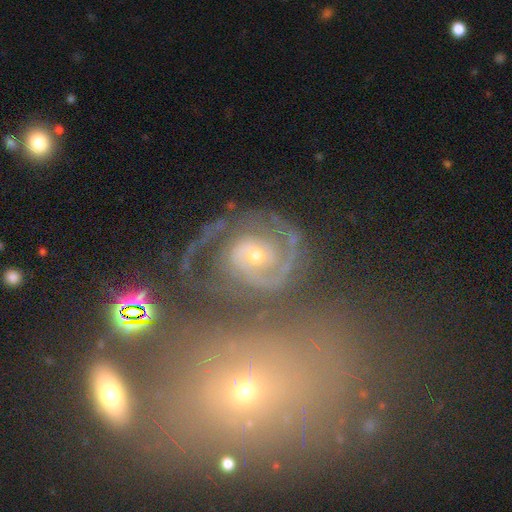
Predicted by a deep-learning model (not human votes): smooth-or-featured: featured or disk: 88% | star or artifact: 7% | smooth: 5%
  disk-edge-on: no: 98% | yes: 2%
    bar: no: 63% | weak: 26% | strong: 10%
    has-spiral-arms: yes: 97% | no: 3%
      spiral-winding: tight: 58% | medium: 34% | loose: 8%
      spiral-arm-count: 2: 61% | 3: 12% | can't tell: 11% | 1: 6% | 4: 5% | more than 4: 5%
    bulge-size: small: 61% | moderate: 35% | large: 2% | none: 1% | dominant: 1%
  merging: none: 47% | merger: 18% | major disturbance: 18% | minor disturbance: 17%